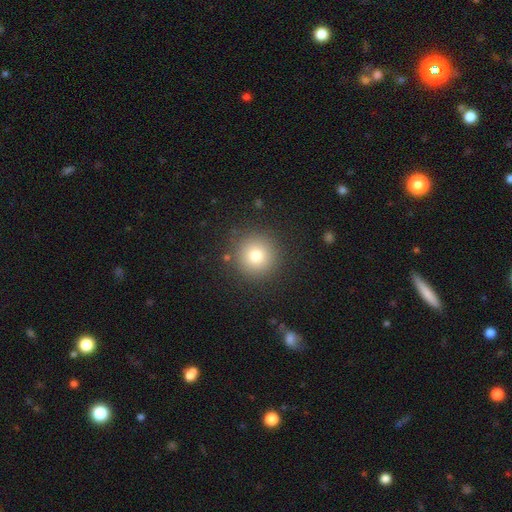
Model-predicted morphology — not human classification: Smooth or featured? smooth (78%)
How rounded? round (95%)
Merging? none (88%)